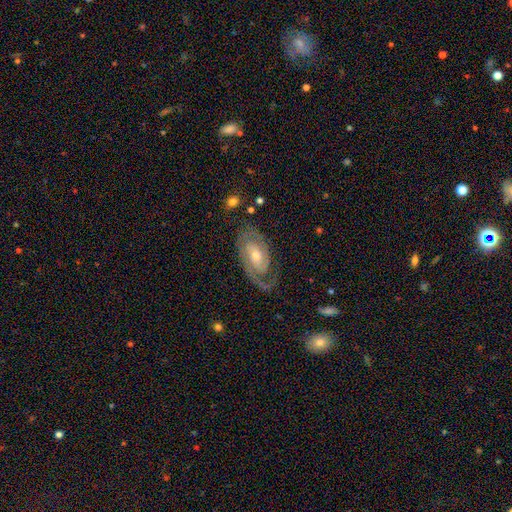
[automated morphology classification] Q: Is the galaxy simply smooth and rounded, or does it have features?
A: featured or disk — 86%.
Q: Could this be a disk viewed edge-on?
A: no — 96%.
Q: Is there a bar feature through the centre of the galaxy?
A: no — 52%.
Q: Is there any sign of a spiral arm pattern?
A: yes — 95%.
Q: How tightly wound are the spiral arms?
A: tight — 57%.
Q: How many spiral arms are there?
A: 2 — 66%.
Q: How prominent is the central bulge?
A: moderate — 53%.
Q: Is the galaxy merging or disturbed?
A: none — 72%.